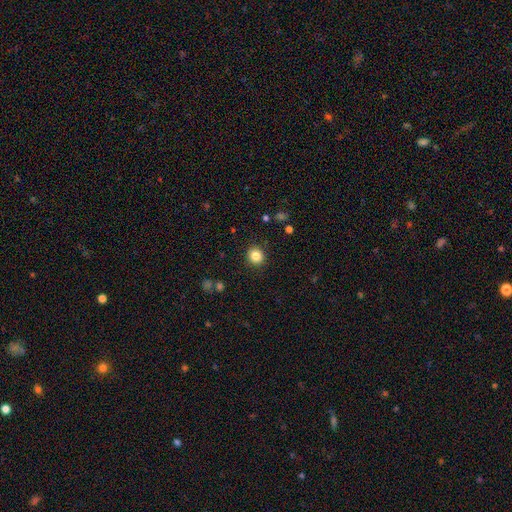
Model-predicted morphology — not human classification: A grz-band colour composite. It shows a smooth galaxy with no disk features (84%) that is round (85%). Merging: none (90%).